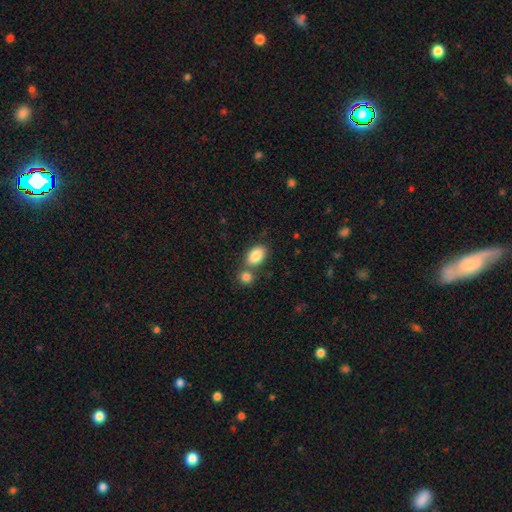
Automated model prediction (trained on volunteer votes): This appears to be a smooth galaxy with no disk features (86%) that is in between round and cigar-shaped (88%). Merging: none (56%).